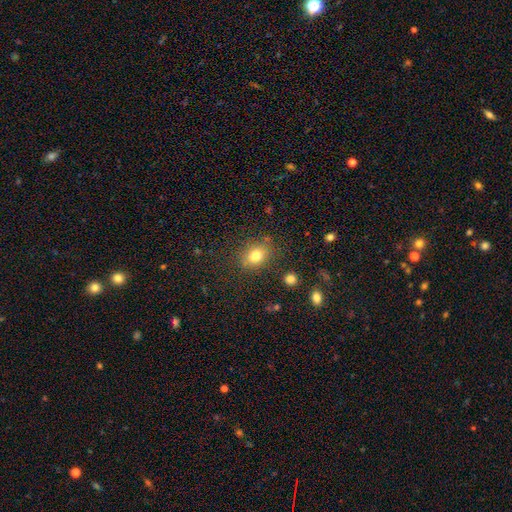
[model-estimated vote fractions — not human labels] A smooth galaxy with no disk features (78%) that is in between round and cigar-shaped (60%). Merging: none (80%).